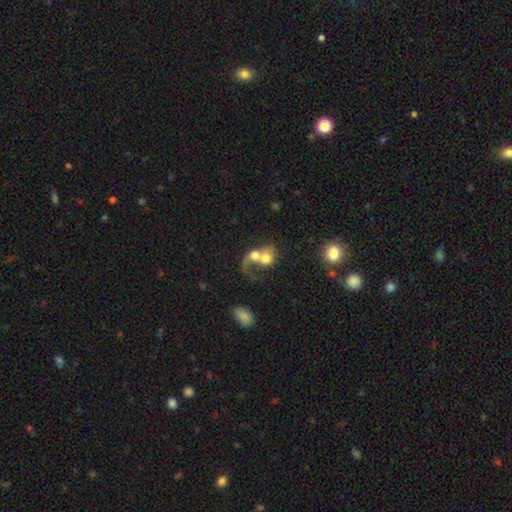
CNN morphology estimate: Smooth or featured: smooth — 52% (featured or disk — 38%)
How rounded: round — 60% (in between — 38%)
Merging: merger — 74% (major disturbance — 11%)